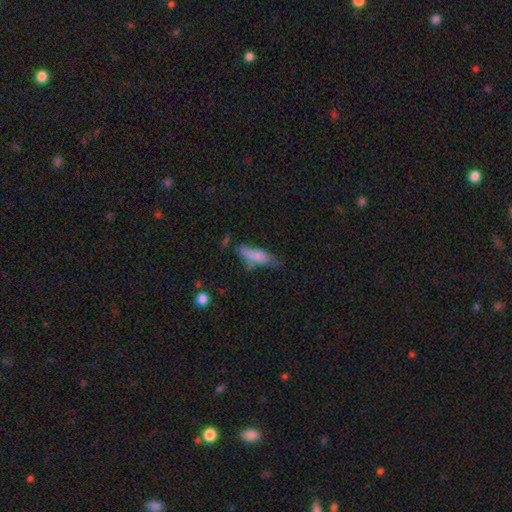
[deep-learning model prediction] Q: Smooth or featured?
A: smooth (70%); runner-up: featured or disk (21%)
Q: How rounded?
A: cigar-shaped (52%); runner-up: in between (46%)
Q: Merging?
A: none (45%); runner-up: minor disturbance (30%)